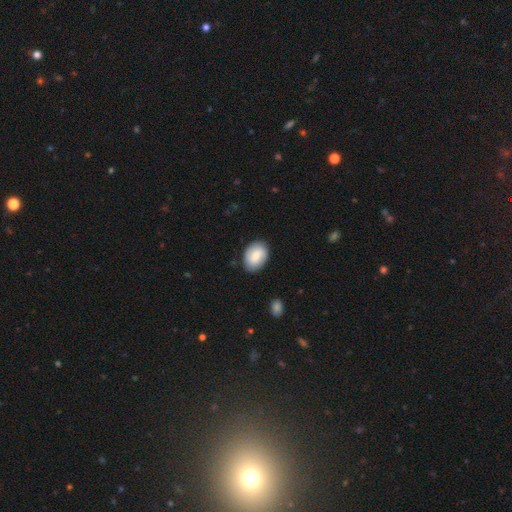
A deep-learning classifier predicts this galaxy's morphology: The model was most divided on "smooth or featured": smooth: 73%, featured or disk: 21%, star or artifact: 6%. More confident: merging — none (83%); how rounded — in between (78%).